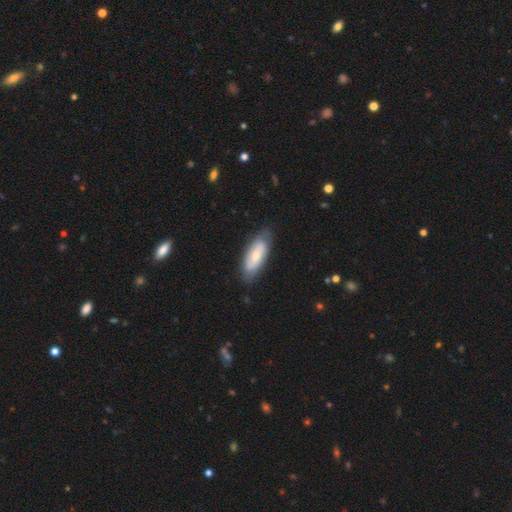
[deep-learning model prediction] smooth_or_featured: smooth (p=0.56) [alt: featured or disk p=0.38]
how_rounded: in between (p=0.76) [alt: cigar-shaped p=0.22]
merging: none (p=0.78) [alt: minor disturbance p=0.17]